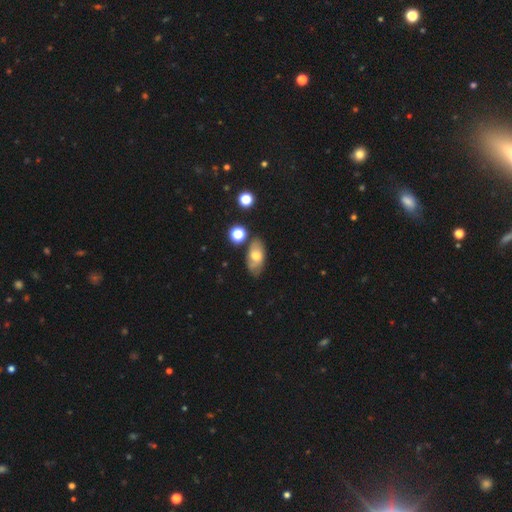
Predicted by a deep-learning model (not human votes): Smooth or featured: smooth — 56% (featured or disk — 34%)
How rounded: in between — 89% (round — 7%)
Merging: none — 69% (minor disturbance — 20%)